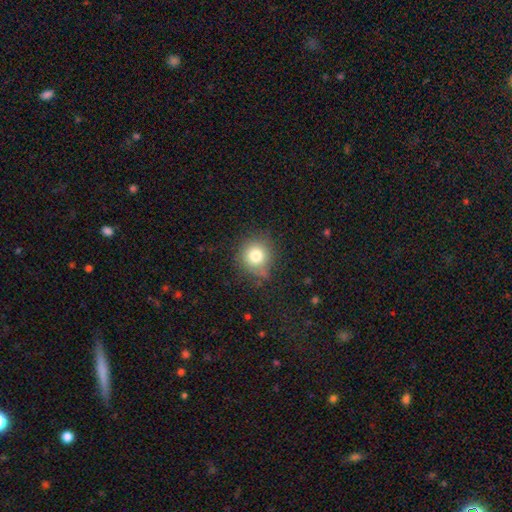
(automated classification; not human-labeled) smooth_or_featured: smooth (p=0.79) [alt: star or artifact p=0.12]
how_rounded: round (p=0.89) [alt: in between p=0.10]
merging: none (p=0.75) [alt: minor disturbance p=0.18]